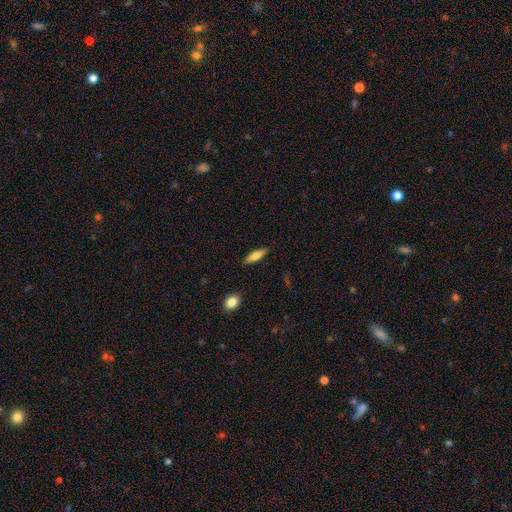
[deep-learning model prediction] Overall: smooth (70%). How rounded: cigar-shaped (59%; in between 39%). Merging: none (88%).